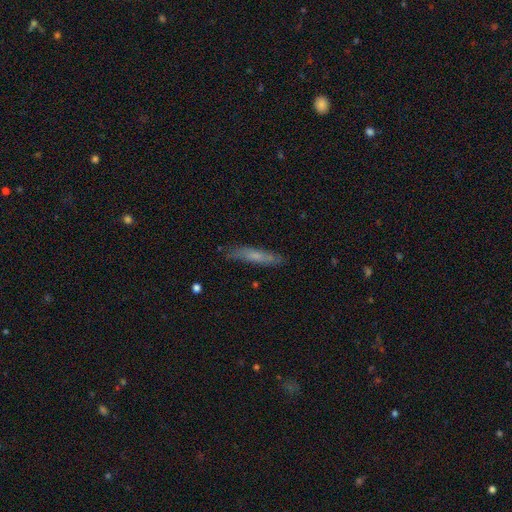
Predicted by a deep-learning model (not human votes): The model was most divided on "smooth or featured": smooth: 61%, featured or disk: 32%, star or artifact: 7%. More confident: how rounded — cigar-shaped (89%); merging — none (83%).